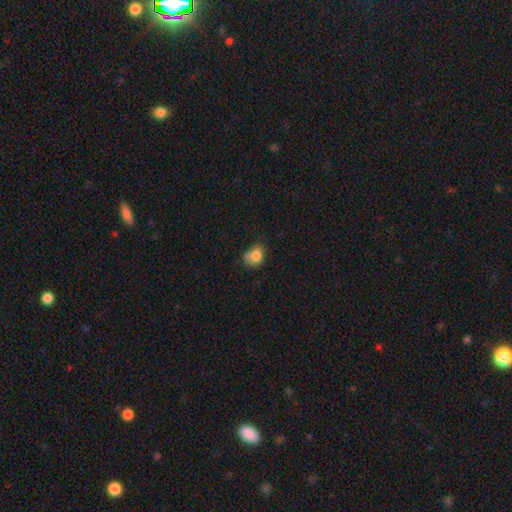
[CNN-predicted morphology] smooth 77%, featured or disk 13%, star or artifact 10%. Down the decision tree: how rounded — in between (61%); merging — none (37%).